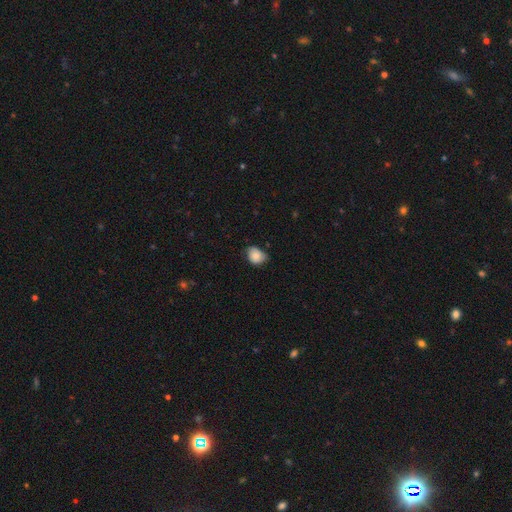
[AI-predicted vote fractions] The model was most divided on "how rounded": in between: 55%, round: 44%, cigar-shaped: 1%. More confident: smooth or featured — smooth (78%); merging — none (53%).